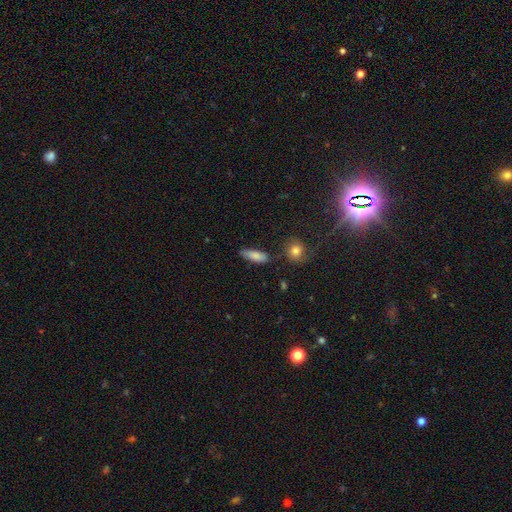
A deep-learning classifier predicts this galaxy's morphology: Smooth or featured? Predicted: smooth (p=0.82). How rounded? Predicted: in between (p=0.56). Merging? Predicted: none (p=0.75).